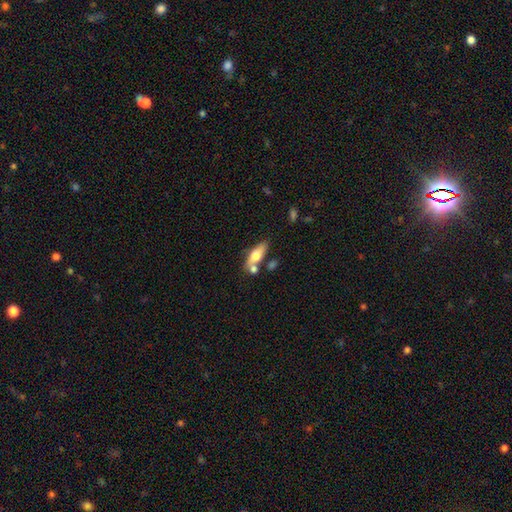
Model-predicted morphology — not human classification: A smooth galaxy with no disk features (62%) that is in between round and cigar-shaped (67%). Merging: none (55%).